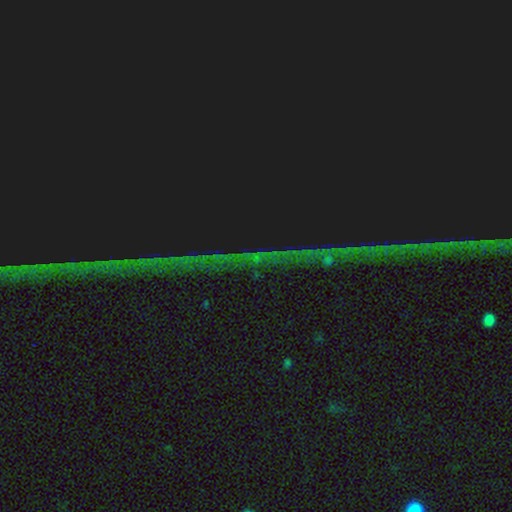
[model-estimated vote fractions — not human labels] Smooth or featured: star or artifact — 82% (featured or disk — 9%)